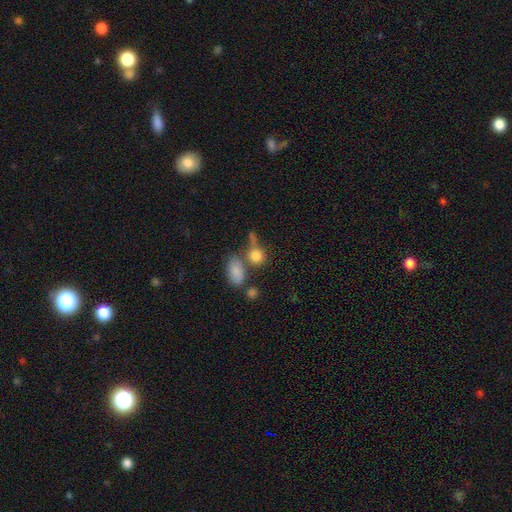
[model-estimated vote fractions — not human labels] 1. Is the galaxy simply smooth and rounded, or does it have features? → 81% smooth, 11% star or artifact, 8% featured or disk.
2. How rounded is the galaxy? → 67% round, 30% in between, 3% cigar-shaped.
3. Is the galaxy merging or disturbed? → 50% none, 29% merger, 13% minor disturbance, 8% major disturbance.